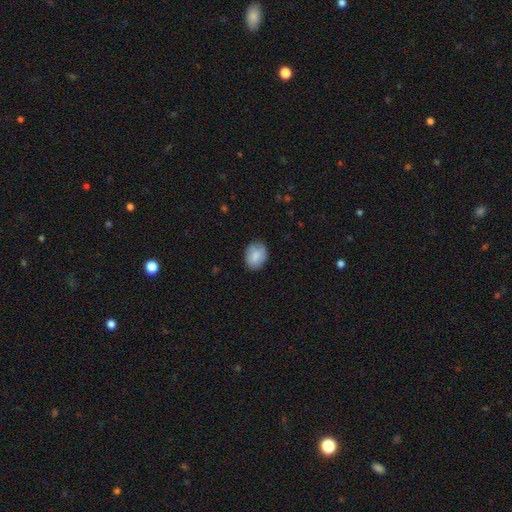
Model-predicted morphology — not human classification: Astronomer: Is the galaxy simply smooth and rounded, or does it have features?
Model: smooth — 83%.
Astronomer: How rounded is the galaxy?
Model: in between — 63%.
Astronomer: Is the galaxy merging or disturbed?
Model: none — 81%.